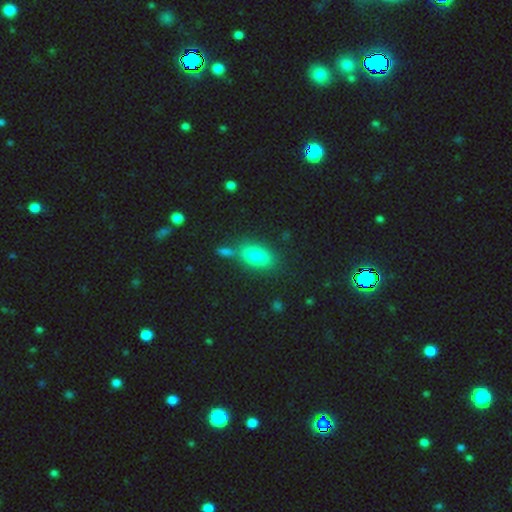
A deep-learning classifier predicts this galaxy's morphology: Smooth or featured? smooth (78%)
How rounded? in between (85%)
Merging? none (71%)